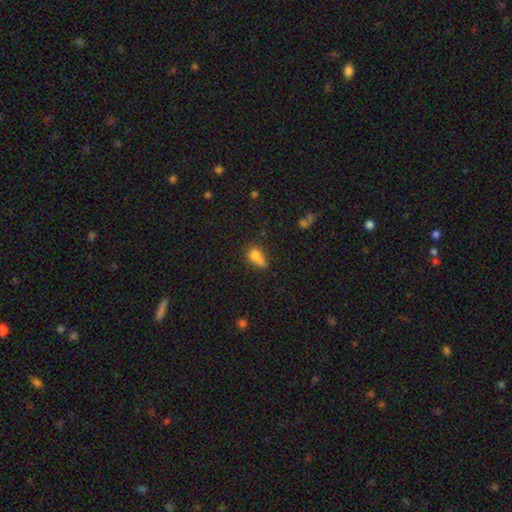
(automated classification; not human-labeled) This is likely a smooth galaxy (73%). How rounded: possibly round (53%). Merging: possibly merger (48%).